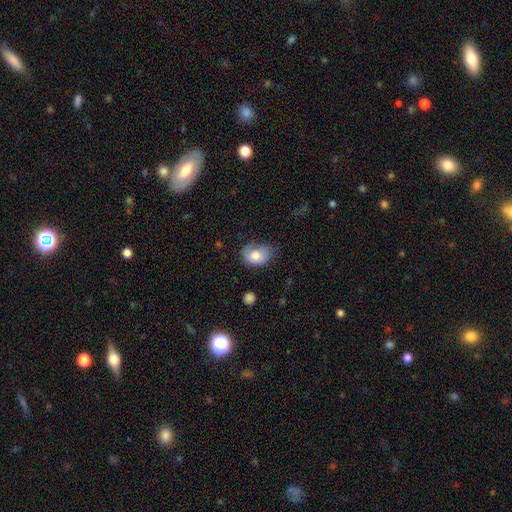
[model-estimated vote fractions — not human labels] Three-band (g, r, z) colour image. It shows a smooth galaxy with no disk features (75%) that is in between round and cigar-shaped (69%). Merging: none (41%).